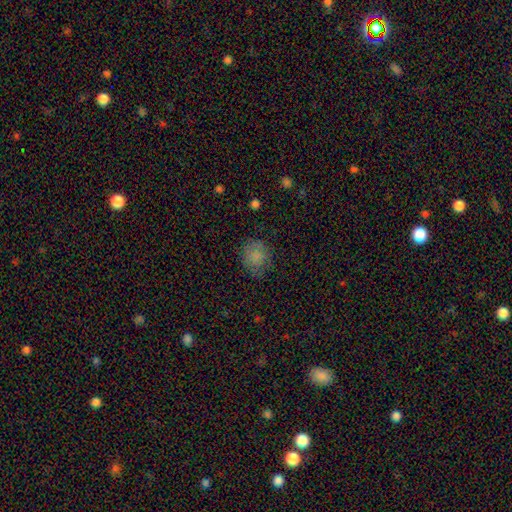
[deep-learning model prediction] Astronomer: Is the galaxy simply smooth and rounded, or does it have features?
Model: smooth — 81%.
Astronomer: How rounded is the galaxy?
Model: round — 75%.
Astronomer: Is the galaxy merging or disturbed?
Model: none — 75%.